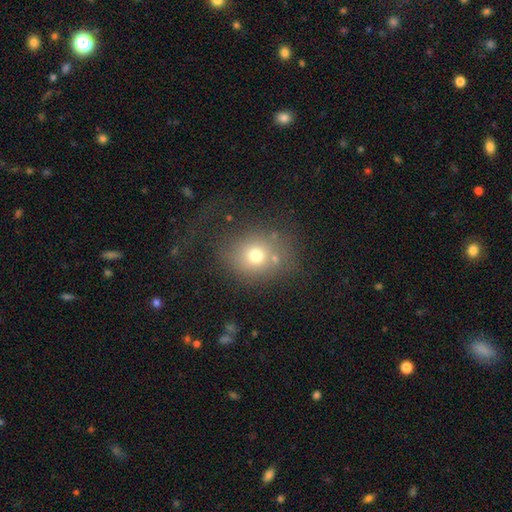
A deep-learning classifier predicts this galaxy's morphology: smooth 70%, featured or disk 15%, star or artifact 15%. Down the decision tree: how rounded — round (68%); merging — none (56%).